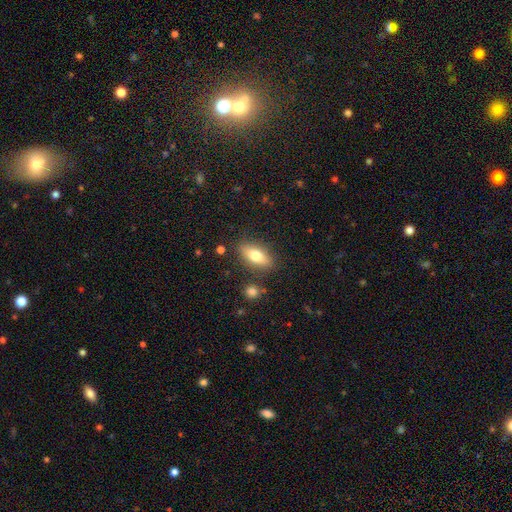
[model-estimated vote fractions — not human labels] smooth-or-featured: smooth: 72% | featured or disk: 20% | star or artifact: 7%
  how-rounded: in between: 80% | cigar-shaped: 15% | round: 4%
  merging: none: 83% | minor disturbance: 11% | merger: 3% | major disturbance: 3%